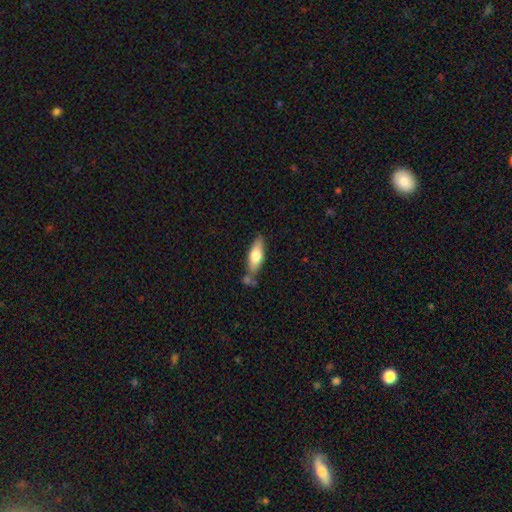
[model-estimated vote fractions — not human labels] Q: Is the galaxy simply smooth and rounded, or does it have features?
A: smooth — 66%.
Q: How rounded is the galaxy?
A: in between — 60%.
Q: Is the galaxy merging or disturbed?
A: none — 67%.